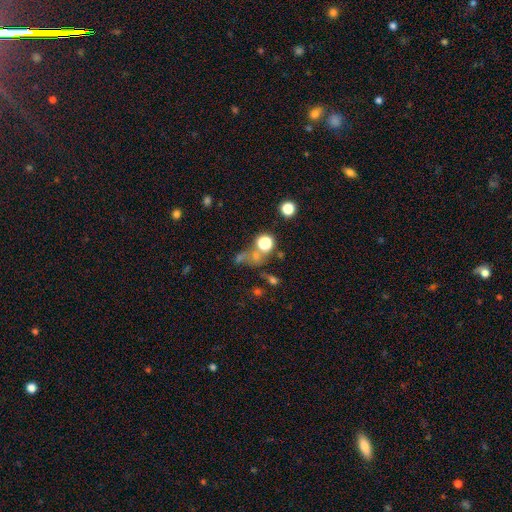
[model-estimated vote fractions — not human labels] smooth 46%, star or artifact 37%, featured or disk 16%. Down the decision tree: merging — none (49%).